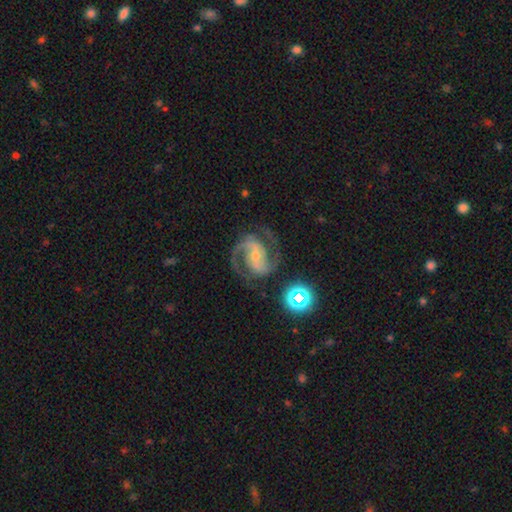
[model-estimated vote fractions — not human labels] Q: Smooth or featured?
A: featured or disk (91%); runner-up: star or artifact (6%)
Q: Edge-on disk?
A: no (98%); runner-up: yes (2%)
Q: Bar?
A: weak (38%); runner-up: no (33%)
Q: Spiral arms?
A: yes (98%); runner-up: no (2%)
Q: Spiral winding?
A: medium (63%); runner-up: tight (25%)
Q: Spiral arm count?
A: 2 (91%); runner-up: 3 (4%)
Q: Bulge size?
A: small (63%); runner-up: moderate (32%)
Q: Merging?
A: none (76%); runner-up: minor disturbance (14%)